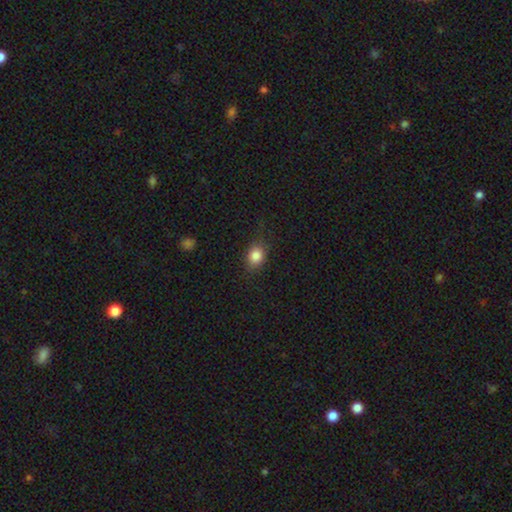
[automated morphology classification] A smooth galaxy with no disk features (84%) that is in between round and cigar-shaped (49%, tied with round). Merging: none (76%).